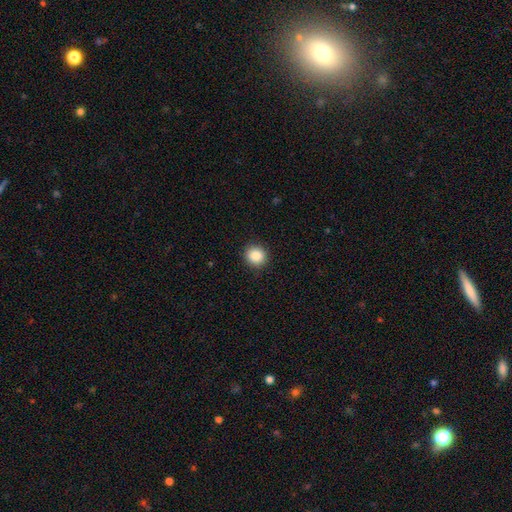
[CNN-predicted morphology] Smooth or featured: smooth — 87% (star or artifact — 9%)
How rounded: round — 89% (in between — 10%)
Merging: none — 91% (minor disturbance — 6%)